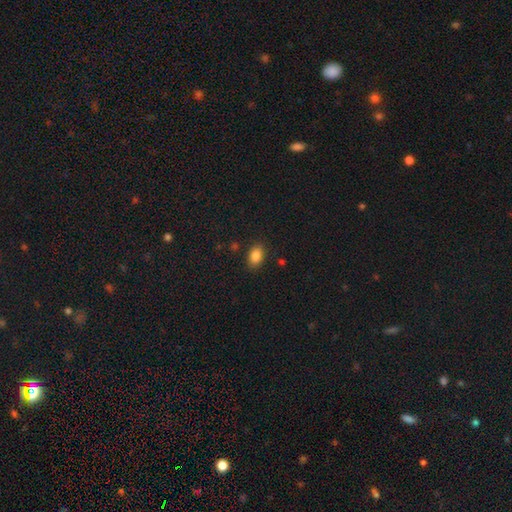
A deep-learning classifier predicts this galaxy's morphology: Smooth or featured? smooth (85%)
How rounded? in between (86%)
Merging? none (86%)